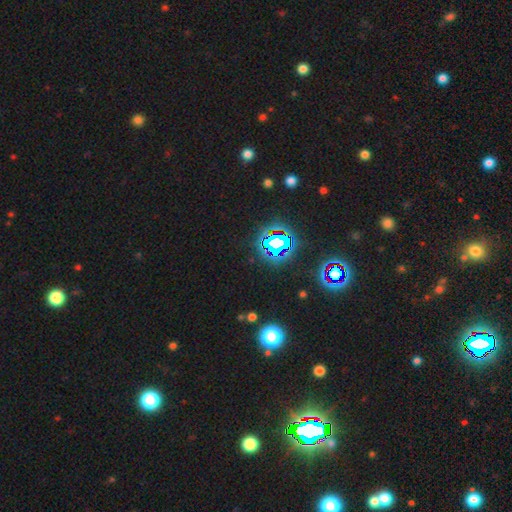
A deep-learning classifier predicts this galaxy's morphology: Smooth or featured? Predicted: star or artifact (p=0.80).